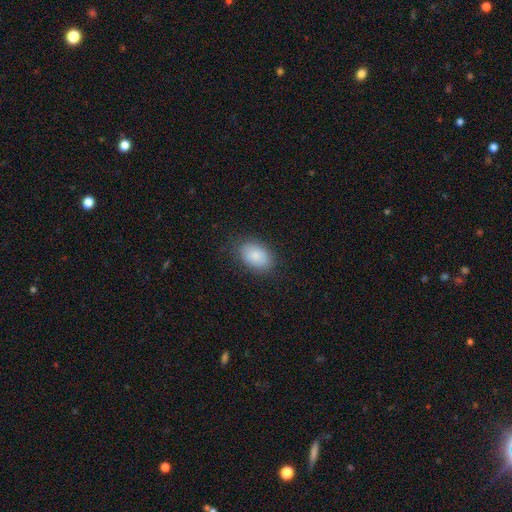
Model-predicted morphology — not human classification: The model was most divided on "merging": none: 83%, minor disturbance: 12%, major disturbance: 4%, merger: 1%. More confident: how rounded — in between (88%); smooth or featured — smooth (84%).